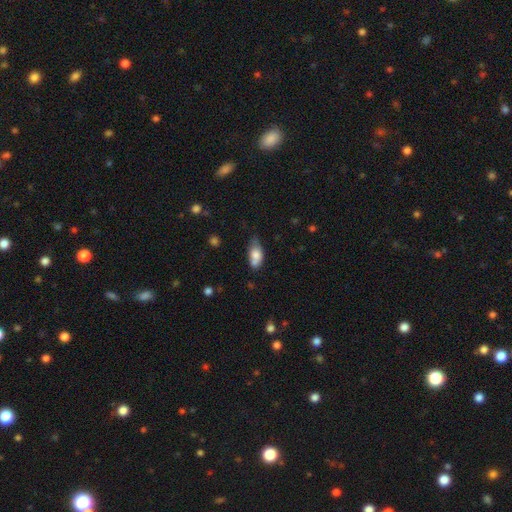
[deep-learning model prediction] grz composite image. It shows a smooth galaxy with no disk features (74%) that is in between round and cigar-shaped (83%). Merging: none (41%).